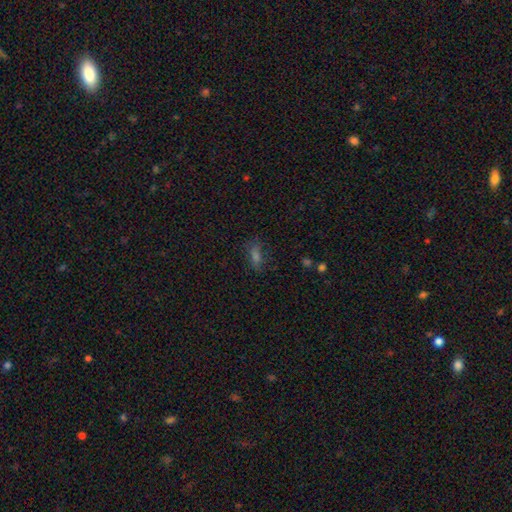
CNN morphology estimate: Smooth or featured?
  - smooth: 56% *
  - star or artifact: 29%
  - featured or disk: 15%
How rounded?
  - in between: 70% *
  - cigar-shaped: 20%
  - round: 10%
Merging?
  - none: 74% *
  - minor disturbance: 16%
  - major disturbance: 7%
  - merger: 2%